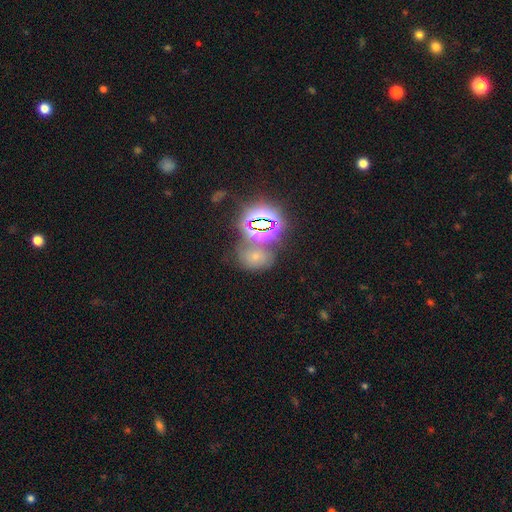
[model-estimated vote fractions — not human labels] Q: Smooth or featured?
A: star or artifact (44%); runner-up: smooth (41%)